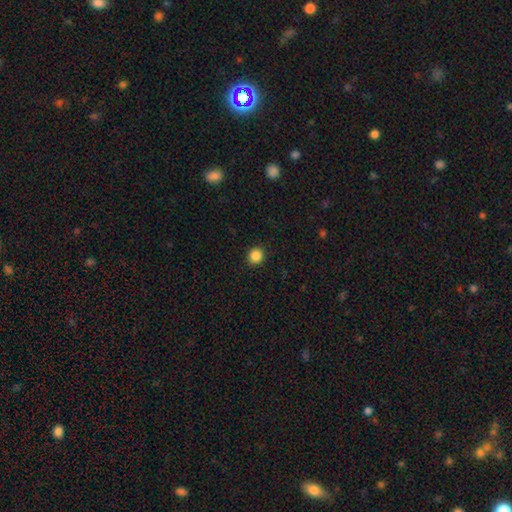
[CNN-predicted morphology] smooth-or-featured: smooth: 87% | star or artifact: 10% | featured or disk: 3%
  how-rounded: round: 87% | in between: 12% | cigar-shaped: 1%
  merging: none: 91% | minor disturbance: 6% | major disturbance: 2% | merger: 1%